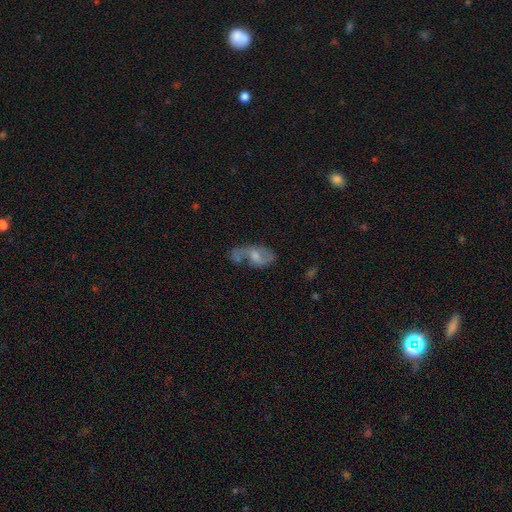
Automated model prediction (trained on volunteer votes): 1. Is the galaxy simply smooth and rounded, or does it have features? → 63% featured or disk, 27% smooth, 10% star or artifact.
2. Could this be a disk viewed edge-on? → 93% no, 7% yes.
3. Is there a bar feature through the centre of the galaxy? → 45% no (tied), 45% weak (tied), 10% strong.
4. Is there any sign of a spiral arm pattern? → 76% yes, 24% no.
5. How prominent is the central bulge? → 52% moderate, 31% small, 8% none, 7% large, 1% dominant.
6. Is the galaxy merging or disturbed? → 45% none, 22% minor disturbance, 19% merger, 15% major disturbance.